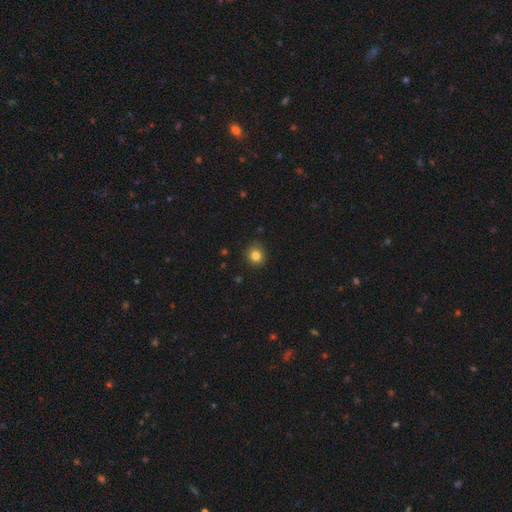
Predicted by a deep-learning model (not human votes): smooth 82%, star or artifact 12%, featured or disk 6%. Down the decision tree: how rounded — round (86%); merging — none (89%).